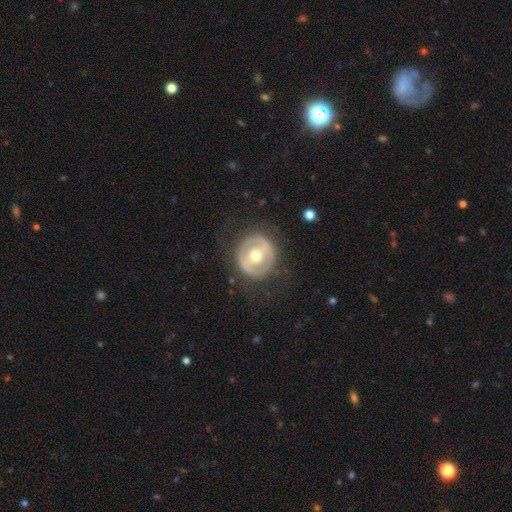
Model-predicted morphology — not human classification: smooth-or-featured: featured or disk: 61% | smooth: 33% | star or artifact: 5%
  disk-edge-on: no: 96% | yes: 4%
    bar: no: 43% | weak: 32% | strong: 25%
    has-spiral-arms: no: 76% | yes: 24%
    bulge-size: moderate: 74% | small: 19% | large: 5% | none: 1% | dominant: 1%
  merging: none: 81% | minor disturbance: 12% | major disturbance: 6% | merger: 1%